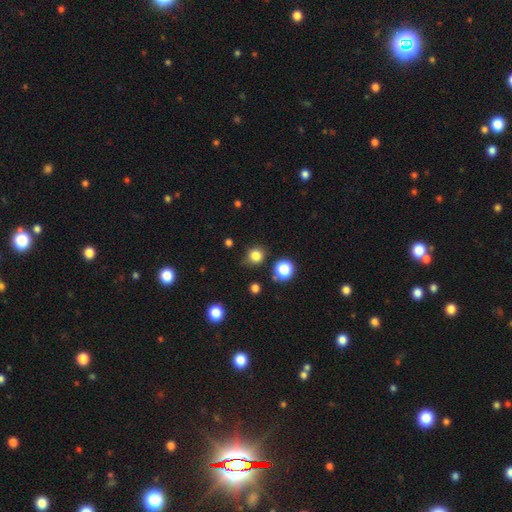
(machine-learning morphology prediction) Smooth or featured: smooth — 82% (star or artifact — 14%)
How rounded: round — 86% (in between — 13%)
Merging: none — 79% (minor disturbance — 14%)